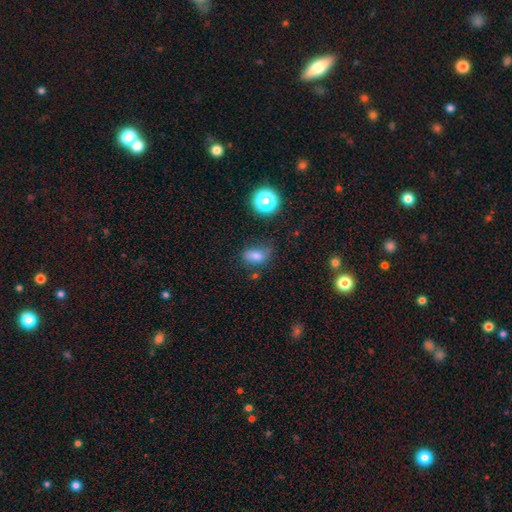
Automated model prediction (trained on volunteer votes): This appears to be a smooth galaxy with no disk features (75%) that is in between round and cigar-shaped (78%). Merging: none (49%).